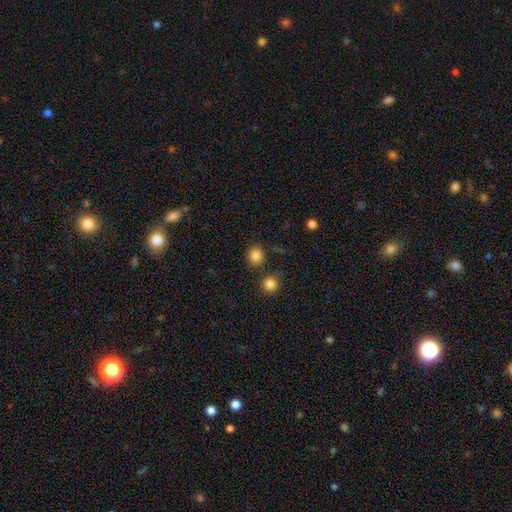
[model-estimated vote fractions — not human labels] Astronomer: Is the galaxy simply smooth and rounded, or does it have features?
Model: smooth — 84%.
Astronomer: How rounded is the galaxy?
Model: round — 85%.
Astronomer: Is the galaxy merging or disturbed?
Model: none — 80%.